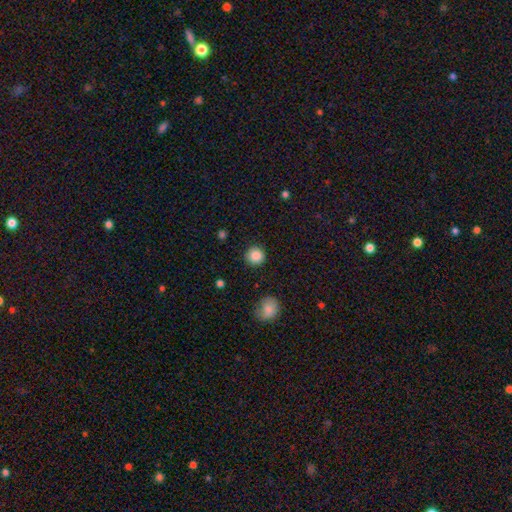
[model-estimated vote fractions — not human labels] smooth 87%, star or artifact 9%, featured or disk 4%. Down the decision tree: how rounded — round (94%); merging — none (88%).